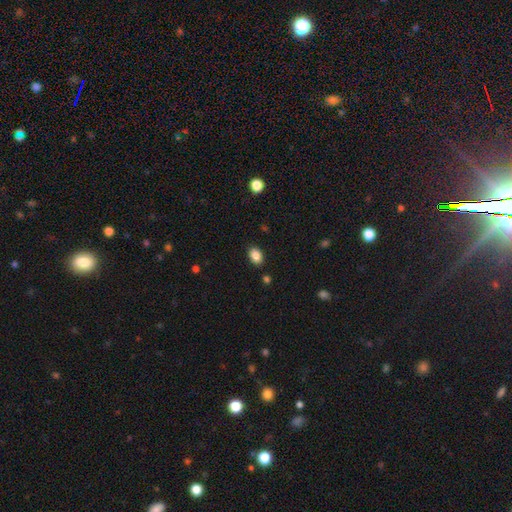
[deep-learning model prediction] smooth_or_featured: smooth (p=0.87) [alt: star or artifact p=0.09]
how_rounded: in between (p=0.84) [alt: round p=0.15]
merging: none (p=0.87) [alt: minor disturbance p=0.09]